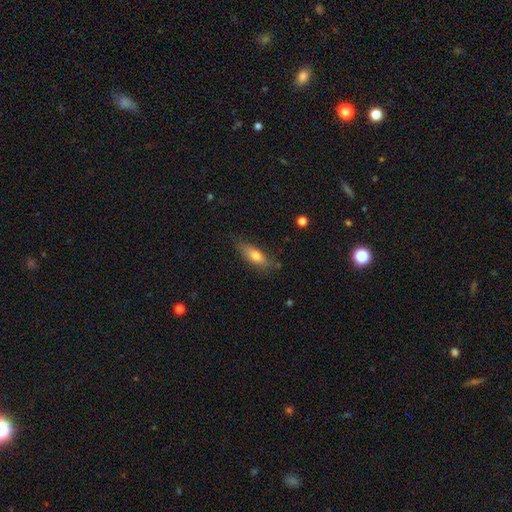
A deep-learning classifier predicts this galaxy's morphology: A smooth galaxy with no disk features (72%) that is in between round and cigar-shaped (66%).

Vote fractions:
- Smooth or featured? smooth: 72% / featured or disk: 21% / star or artifact: 7%
- How rounded? in between: 66% / cigar-shaped: 31% / round: 3%
- Merging? none: 73% / minor disturbance: 20% / major disturbance: 5% / merger: 2%